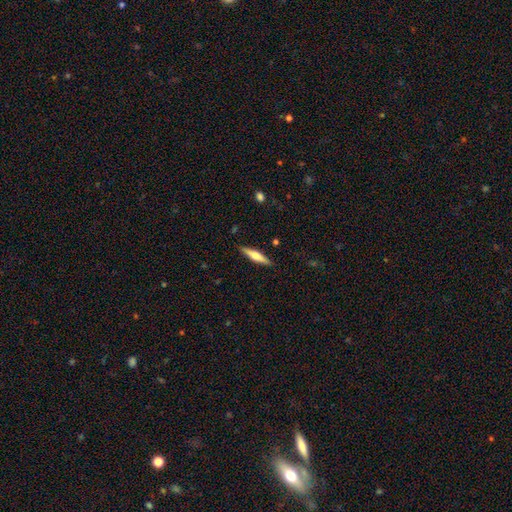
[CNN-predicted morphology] Smooth or featured?
  - featured or disk: 48% *
  - smooth: 46%
  - star or artifact: 6%
Merging?
  - none: 89% *
  - minor disturbance: 8%
  - major disturbance: 2%
  - merger: 1%